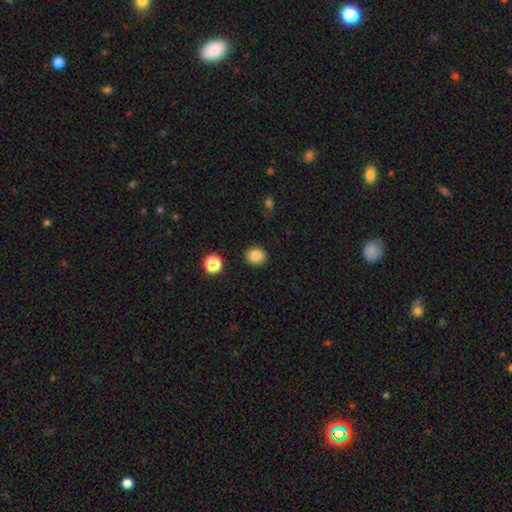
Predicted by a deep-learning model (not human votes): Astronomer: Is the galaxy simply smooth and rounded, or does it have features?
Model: smooth — 85%.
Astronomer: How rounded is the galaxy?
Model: round — 83%.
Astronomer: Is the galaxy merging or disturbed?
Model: none — 90%.